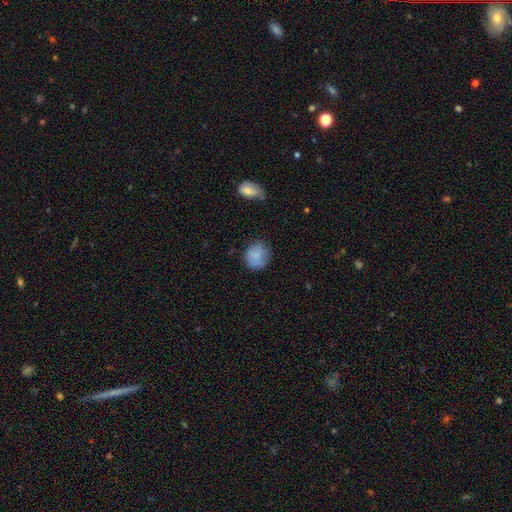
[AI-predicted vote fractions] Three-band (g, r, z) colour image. It shows a smooth galaxy with no disk features (81%) that is round (72%). Merging: none (69%).